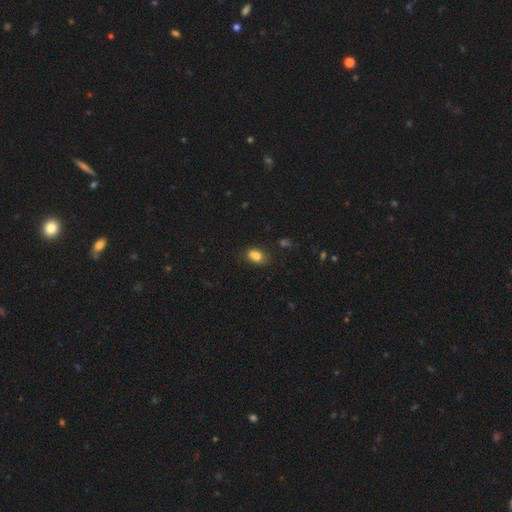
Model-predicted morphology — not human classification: A smooth galaxy with no disk features (75%) that is in between round and cigar-shaped (68%).

Vote fractions:
- Smooth or featured? smooth: 75% / featured or disk: 13% / star or artifact: 12%
- How rounded? in between: 68% / round: 30% / cigar-shaped: 2%
- Merging? none: 42% / merger: 37% / minor disturbance: 16% / major disturbance: 5%